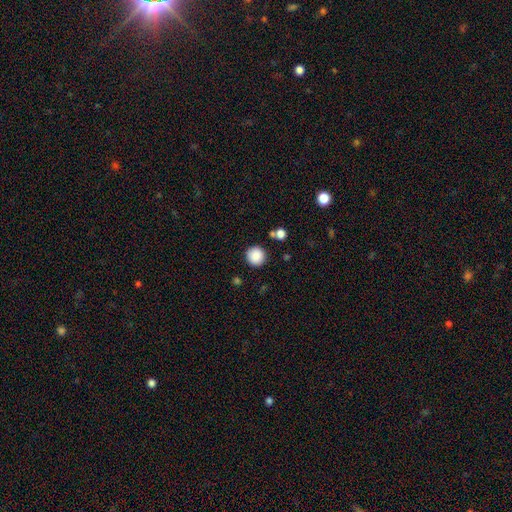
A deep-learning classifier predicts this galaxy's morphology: smooth 88%, star or artifact 9%, featured or disk 3%. Down the decision tree: how rounded — round (95%); merging — none (88%).